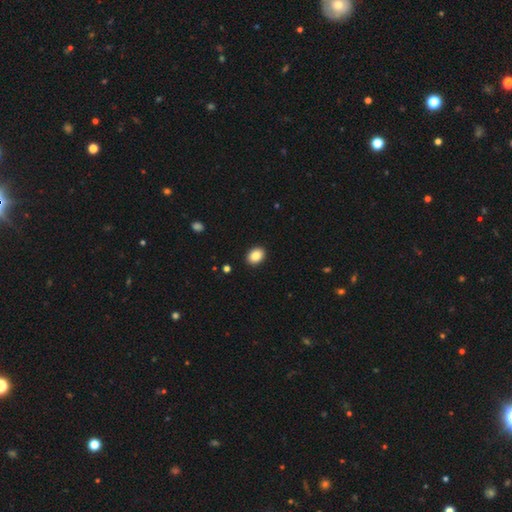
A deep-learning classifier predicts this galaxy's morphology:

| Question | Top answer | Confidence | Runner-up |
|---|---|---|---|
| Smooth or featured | smooth | 87% | star or artifact (8%) |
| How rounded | in between | 67% | round (33%) |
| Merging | none | 91% | minor disturbance (6%) |